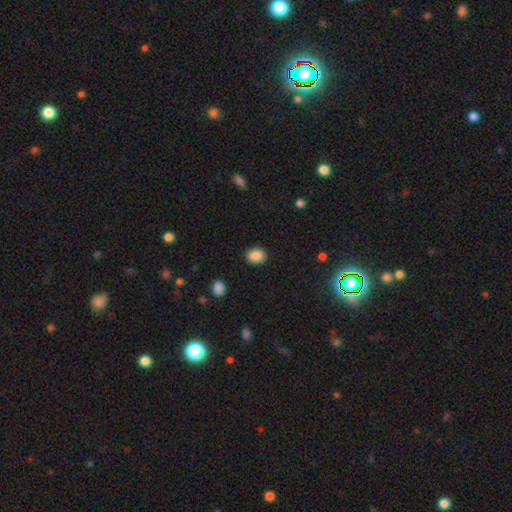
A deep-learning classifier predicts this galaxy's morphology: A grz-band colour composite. It shows a smooth galaxy with no disk features (88%) that is in between round and cigar-shaped (53%). Merging: none (89%).